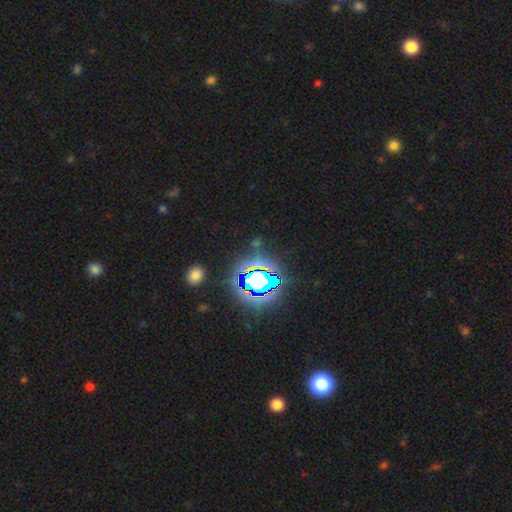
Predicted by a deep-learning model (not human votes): Morphology: type=star or artifact (81%).